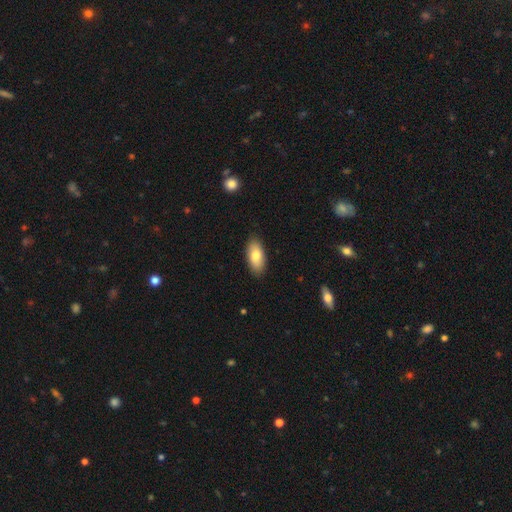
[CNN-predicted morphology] Smooth or featured?
  - smooth: 80% *
  - featured or disk: 14%
  - star or artifact: 6%
How rounded?
  - in between: 90% *
  - cigar-shaped: 7%
  - round: 3%
Merging?
  - none: 87% *
  - minor disturbance: 10%
  - major disturbance: 2%
  - merger: 1%